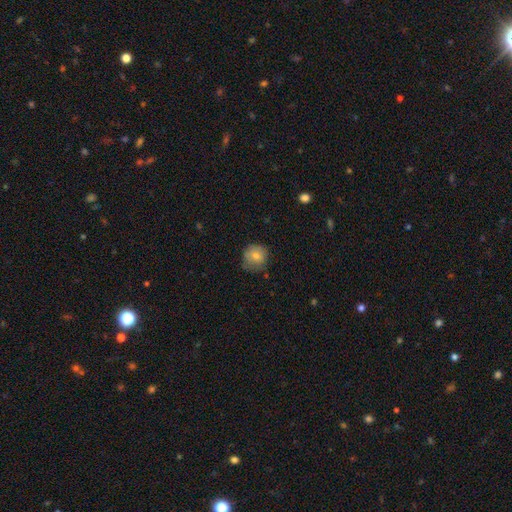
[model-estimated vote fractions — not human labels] This is likely a smooth galaxy (78%). How rounded: clearly round (87%). Merging: likely none (68%).